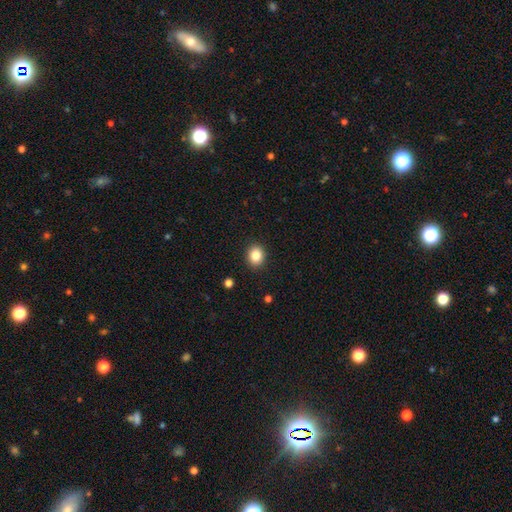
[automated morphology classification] Smooth or featured? Predicted: smooth (p=0.84). How rounded? Predicted: round (p=0.63). Merging? Predicted: none (p=0.91).